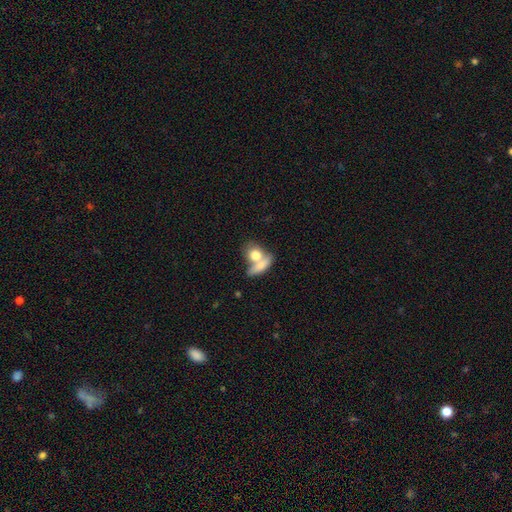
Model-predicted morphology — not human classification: Smooth or featured: smooth — 76% (featured or disk — 18%)
How rounded: in between — 48% (round — 44%)
Merging: merger — 57% (none — 28%)